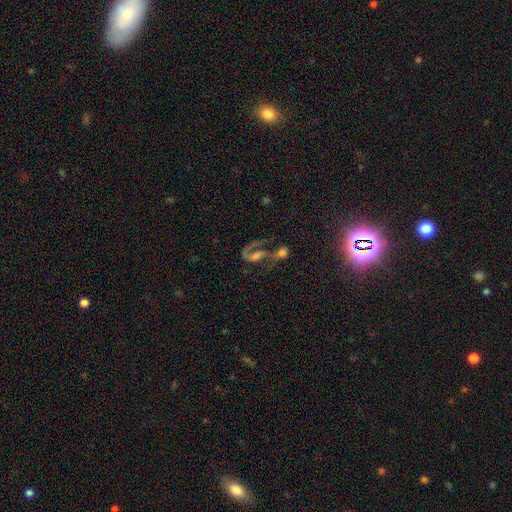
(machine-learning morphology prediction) Smooth or featured: featured or disk — 73% (smooth — 16%)
Edge-on disk: no — 96% (yes — 4%)
Bar: no — 44% (weak — 37%)
Spiral arms: yes — 88% (no — 12%)
Spiral winding: loose — 48% (medium — 38%)
Spiral arm count: 2 — 50% (1 — 43%)
Bulge size: moderate — 43% (small — 24%)
Merging: merger — 53% (none — 20%)